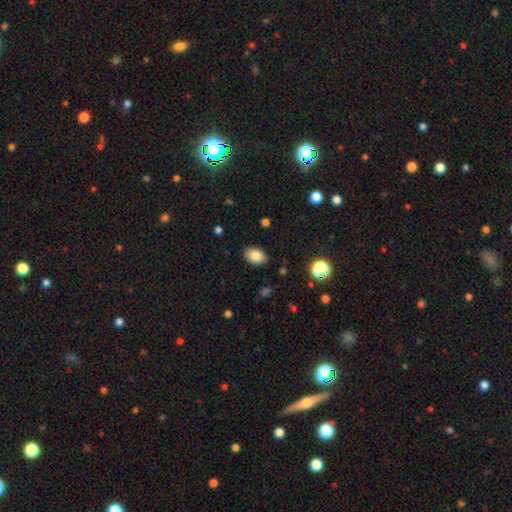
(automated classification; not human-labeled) Smooth or featured? smooth (83%)
How rounded? in between (84%)
Merging? none (87%)